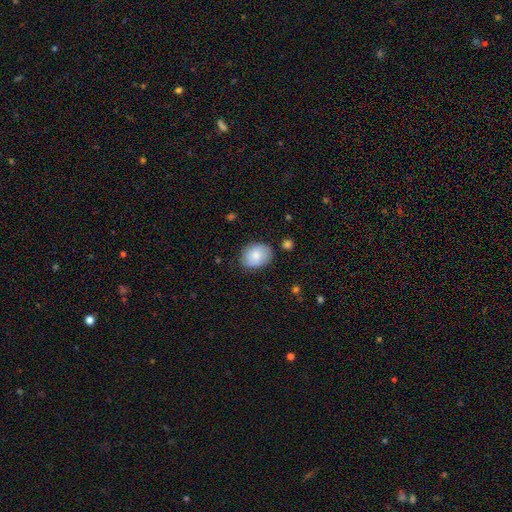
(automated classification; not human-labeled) smooth 81%, featured or disk 12%, star or artifact 7%. Down the decision tree: how rounded — in between (64%); merging — none (79%).